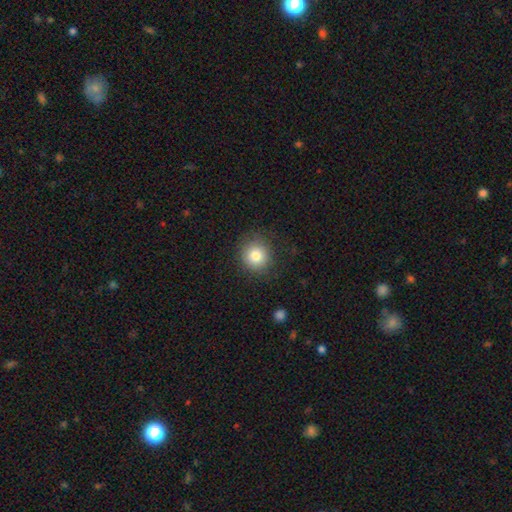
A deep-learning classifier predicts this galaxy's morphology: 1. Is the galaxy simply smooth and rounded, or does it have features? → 81% smooth, 11% star or artifact, 8% featured or disk.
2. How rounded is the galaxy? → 88% round, 11% in between, 1% cigar-shaped.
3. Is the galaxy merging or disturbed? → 84% none, 11% minor disturbance, 4% major disturbance, 1% merger.